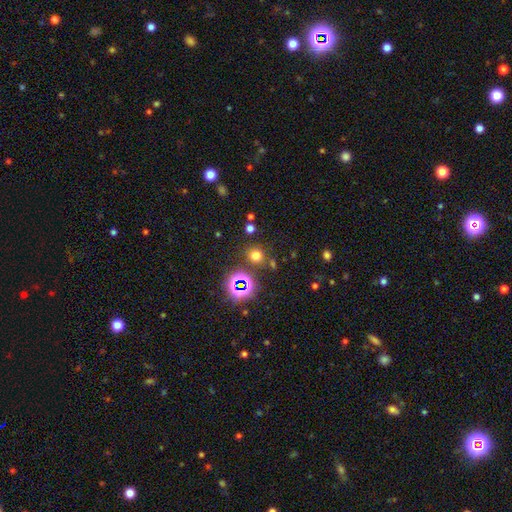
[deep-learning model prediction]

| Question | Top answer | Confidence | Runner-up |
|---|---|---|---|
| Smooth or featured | smooth | 64% | star or artifact (29%) |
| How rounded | round | 85% | in between (14%) |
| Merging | none | 81% | minor disturbance (9%) |